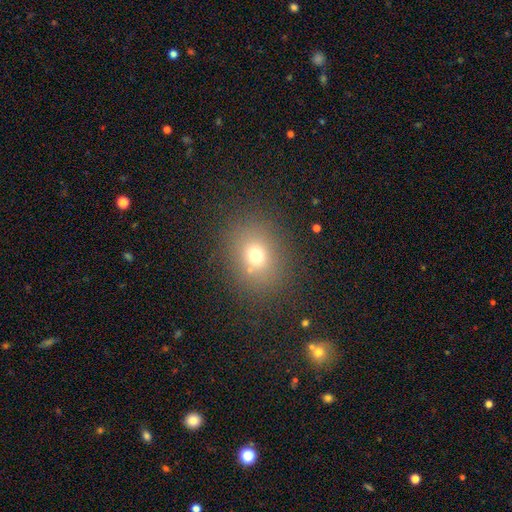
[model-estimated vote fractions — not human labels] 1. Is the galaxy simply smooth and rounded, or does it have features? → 69% smooth, 19% star or artifact, 12% featured or disk.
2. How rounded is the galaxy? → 61% round, 38% in between, 1% cigar-shaped.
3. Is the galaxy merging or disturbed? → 82% none, 10% minor disturbance, 5% major disturbance, 4% merger.